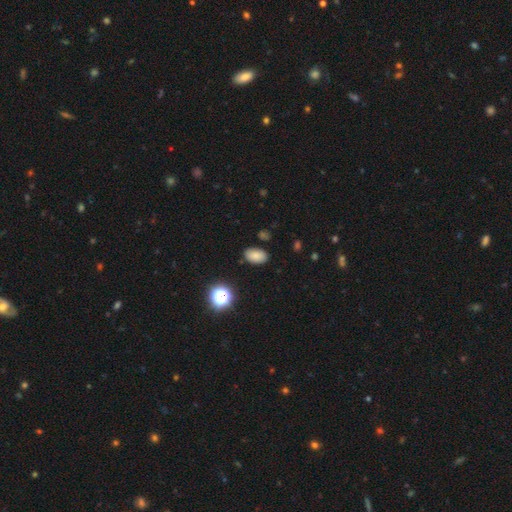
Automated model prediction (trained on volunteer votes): A smooth galaxy with no disk features (82%) that is in between round and cigar-shaped (90%). Merging: none (85%).